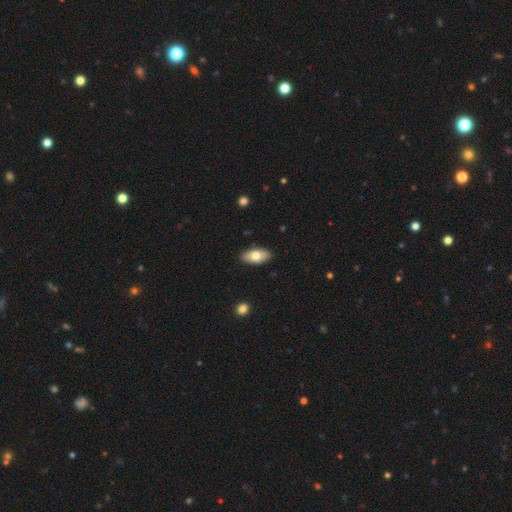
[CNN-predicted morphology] type=smooth (73%); roundness=in between (91%); merging=none (88%).